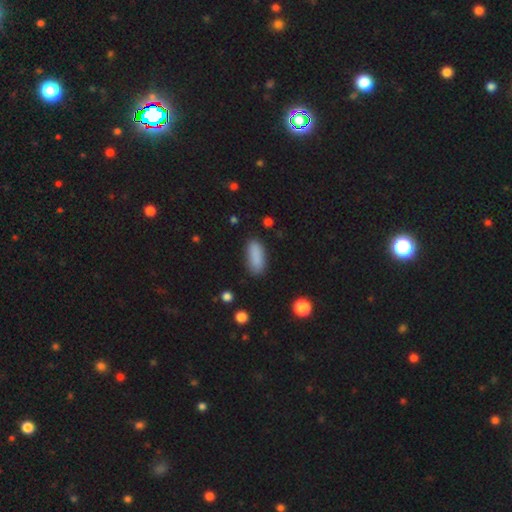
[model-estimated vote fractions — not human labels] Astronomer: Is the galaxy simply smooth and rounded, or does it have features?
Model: smooth — 88%.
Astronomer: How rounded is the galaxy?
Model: in between — 78%.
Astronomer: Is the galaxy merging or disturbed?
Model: none — 82%.